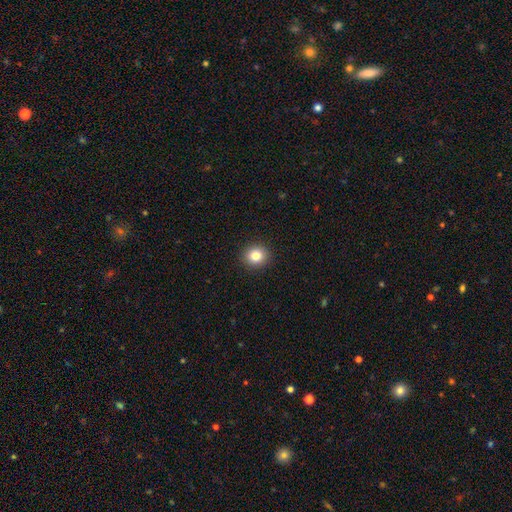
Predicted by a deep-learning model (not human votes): smooth 82%, star or artifact 11%, featured or disk 7%. Down the decision tree: how rounded — round (85%); merging — none (92%).